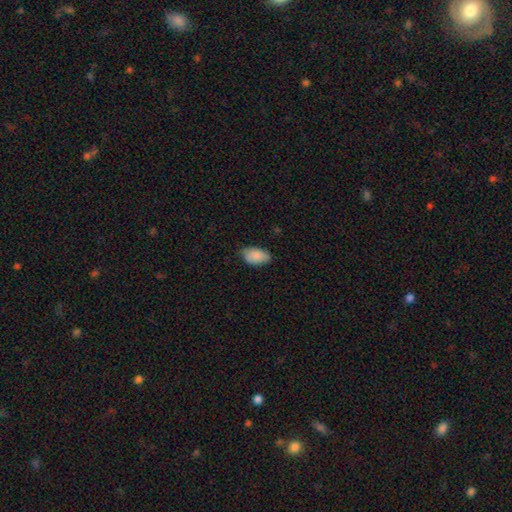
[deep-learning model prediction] A smooth galaxy with no disk features (87%) that is in between round and cigar-shaped (93%). Merging: none (71%).